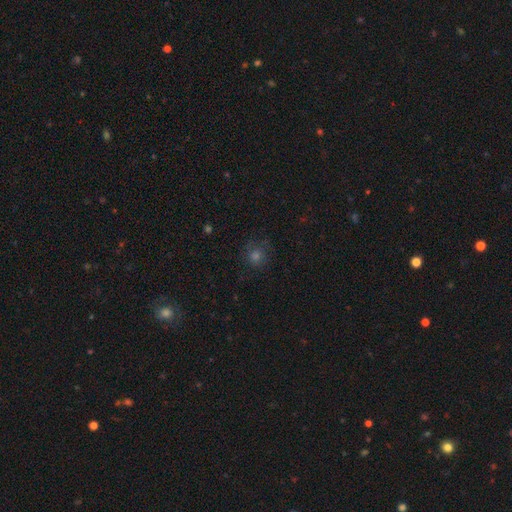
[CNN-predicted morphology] smooth-or-featured: smooth: 55% | star or artifact: 29% | featured or disk: 16%
  how-rounded: round: 87% | in between: 12% | cigar-shaped: 1%
  merging: none: 78% | minor disturbance: 14% | major disturbance: 7% | merger: 2%